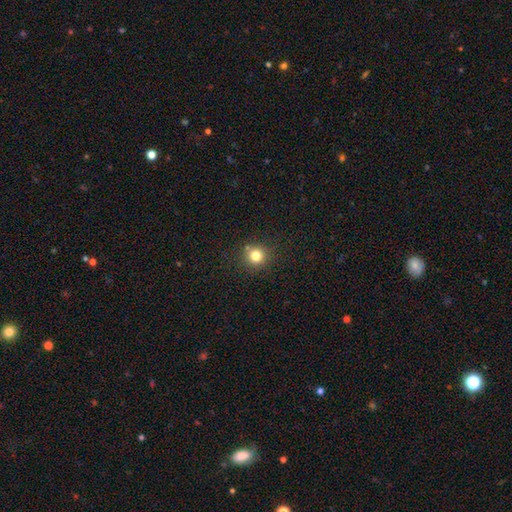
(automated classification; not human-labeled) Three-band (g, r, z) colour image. It shows a smooth galaxy with no disk features (80%) that is round (93%). Merging: none (84%).